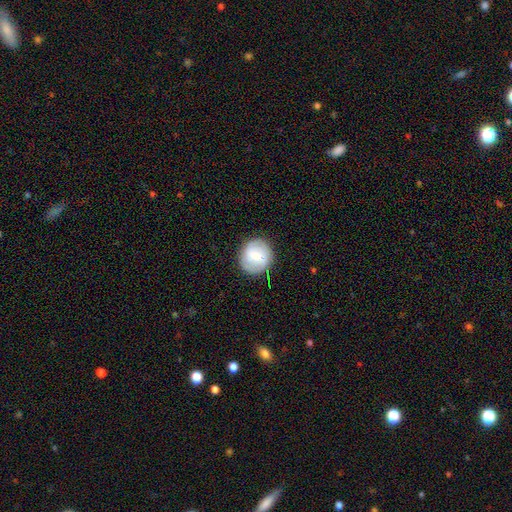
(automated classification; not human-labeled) smooth 54%, featured or disk 39%, star or artifact 7%. Down the decision tree: how rounded — round (89%); merging — none (85%).